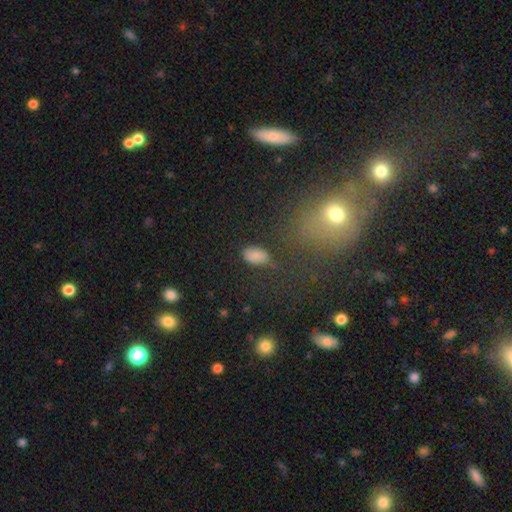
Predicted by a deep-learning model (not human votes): Smooth or featured: smooth — 74% (star or artifact — 16%)
How rounded: in between — 87% (round — 10%)
Merging: none — 68% (minor disturbance — 18%)